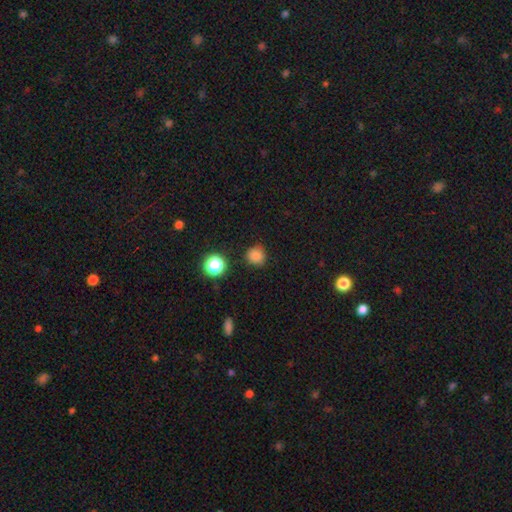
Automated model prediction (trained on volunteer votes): smooth 81%, star or artifact 15%, featured or disk 4%. Down the decision tree: how rounded — round (91%); merging — none (84%).